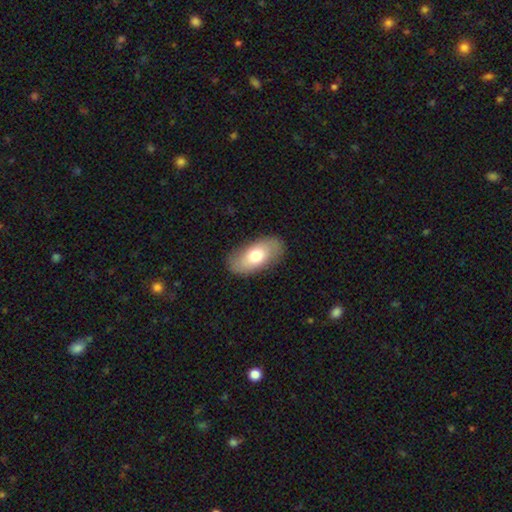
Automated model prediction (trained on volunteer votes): Smooth or featured? Predicted: smooth (p=0.68). How rounded? Predicted: in between (p=0.91). Merging? Predicted: none (p=0.85).